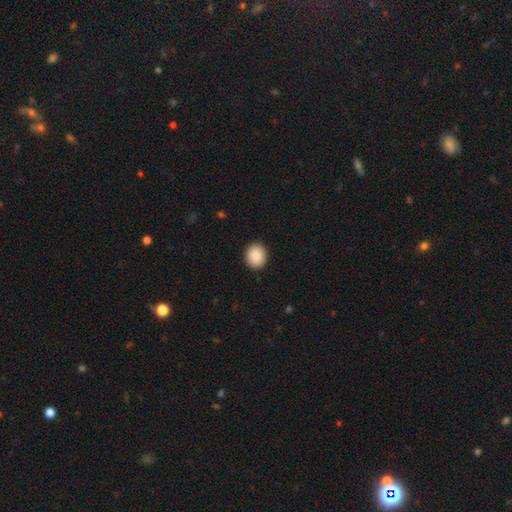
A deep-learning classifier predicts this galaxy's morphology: smooth_or_featured: smooth (p=0.90) [alt: star or artifact p=0.07]
how_rounded: round (p=0.62) [alt: in between p=0.37]
merging: none (p=0.91) [alt: minor disturbance p=0.06]